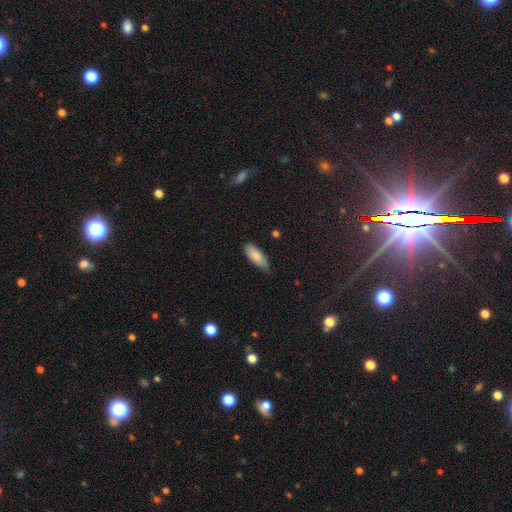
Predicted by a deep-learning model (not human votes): Smooth or featured?
  - smooth: 83% *
  - featured or disk: 11%
  - star or artifact: 6%
How rounded?
  - in between: 77% *
  - cigar-shaped: 21%
  - round: 2%
Merging?
  - none: 69% *
  - minor disturbance: 26%
  - major disturbance: 3%
  - merger: 1%